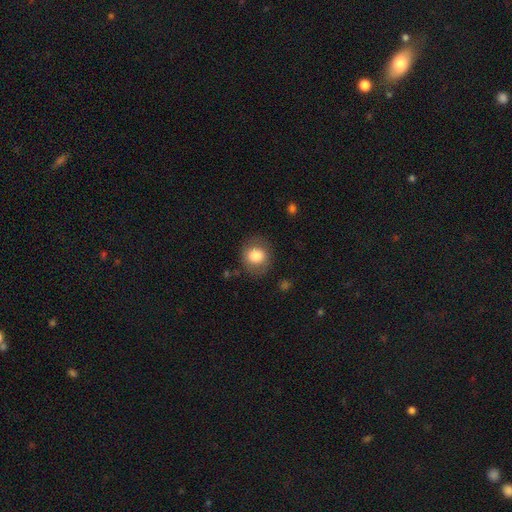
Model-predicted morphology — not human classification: Smooth or featured? smooth (81%)
How rounded? round (80%)
Merging? none (81%)